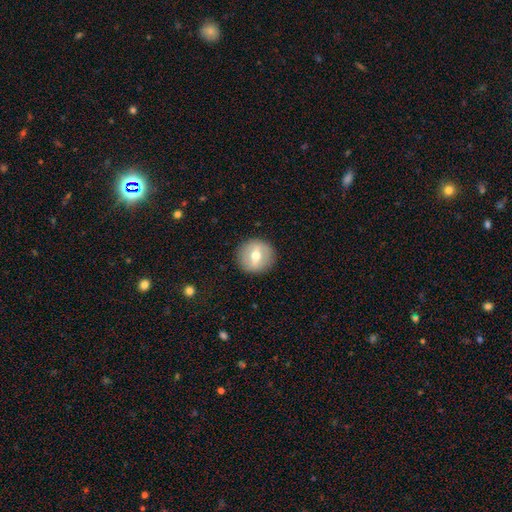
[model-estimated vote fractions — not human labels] Smooth or featured?
  - smooth: 50% *
  - featured or disk: 43%
  - star or artifact: 7%
Merging?
  - none: 89% *
  - minor disturbance: 7%
  - major disturbance: 3%
  - merger: 1%